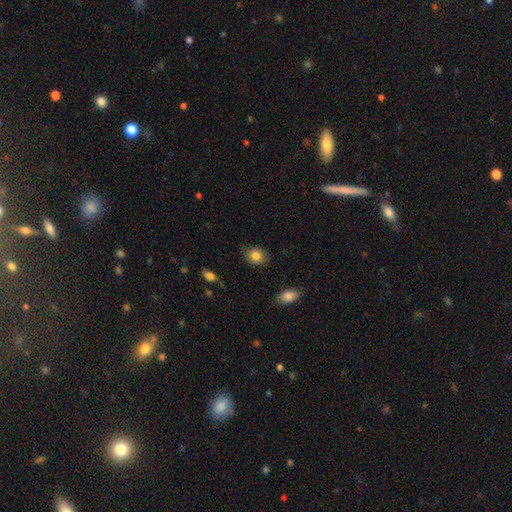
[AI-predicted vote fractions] Smooth or featured? smooth (84%)
How rounded? round (50%)
Merging? none (79%)